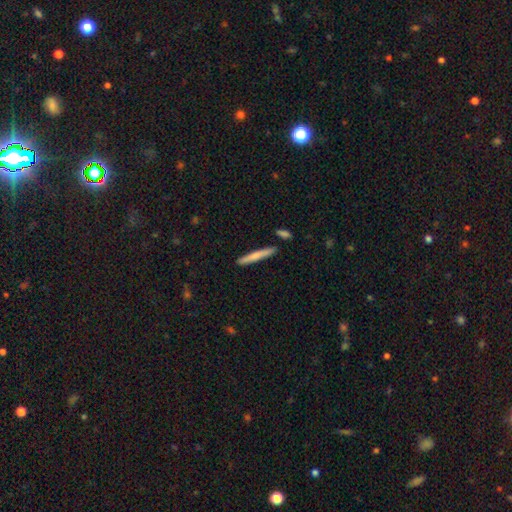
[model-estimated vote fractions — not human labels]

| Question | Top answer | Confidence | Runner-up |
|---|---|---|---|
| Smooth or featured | smooth | 68% | featured or disk (26%) |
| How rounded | cigar-shaped | 96% | in between (3%) |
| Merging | none | 88% | minor disturbance (8%) |